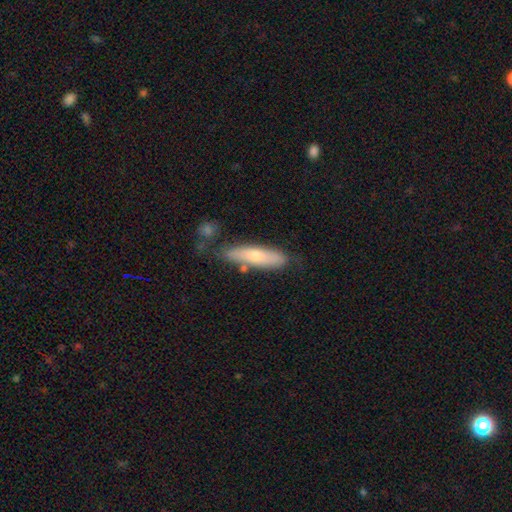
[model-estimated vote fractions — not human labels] A smooth galaxy with no disk features (60%) that is cigar-shaped (69%).

Vote fractions:
- Smooth or featured? smooth: 60% / featured or disk: 34% / star or artifact: 6%
- How rounded? cigar-shaped: 69% / in between: 29% / round: 2%
- Merging? none: 70% / minor disturbance: 19% / merger: 7% / major disturbance: 4%